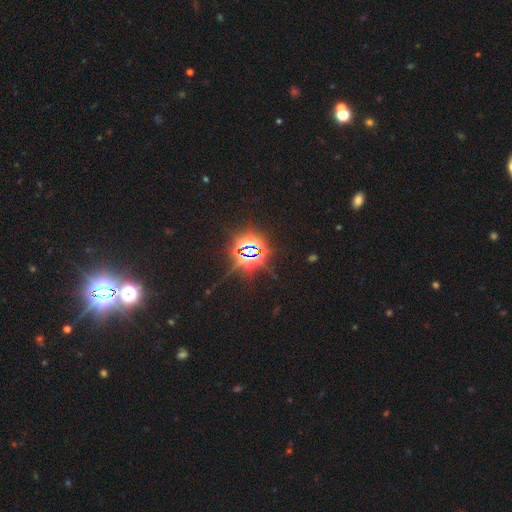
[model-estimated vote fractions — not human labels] Smooth or featured? star or artifact (85%)